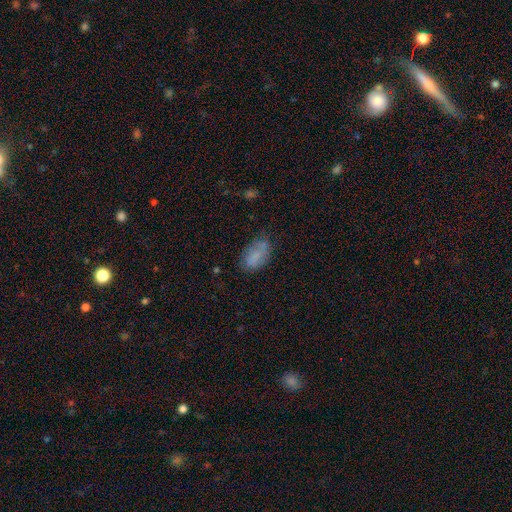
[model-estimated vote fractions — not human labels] Smooth or featured? smooth (72%)
How rounded? in between (92%)
Merging? none (60%)